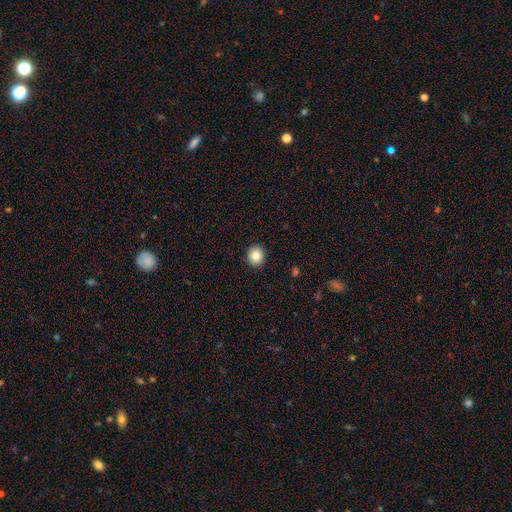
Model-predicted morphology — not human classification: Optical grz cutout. It shows a smooth galaxy with no disk features (86%) that is round (86%). Merging: none (92%).